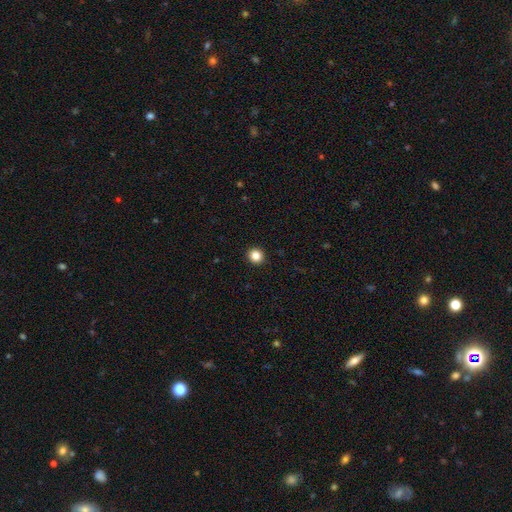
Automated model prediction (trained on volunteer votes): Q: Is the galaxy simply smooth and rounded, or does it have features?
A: smooth — 85%.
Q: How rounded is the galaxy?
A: round — 89%.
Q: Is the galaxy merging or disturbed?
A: none — 93%.